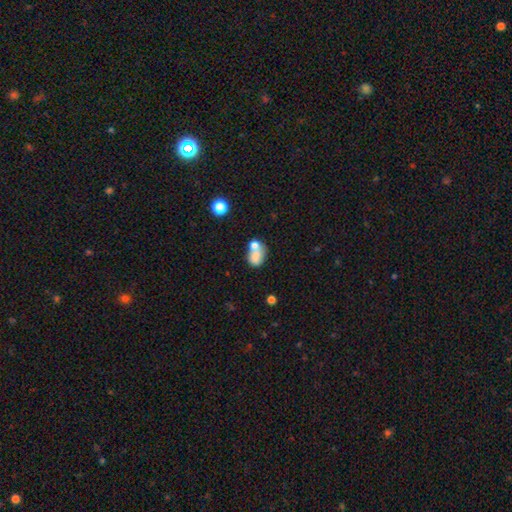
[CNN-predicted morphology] smooth 73%, featured or disk 17%, star or artifact 10%. Down the decision tree: how rounded — in between (67%); merging — merger (53%).